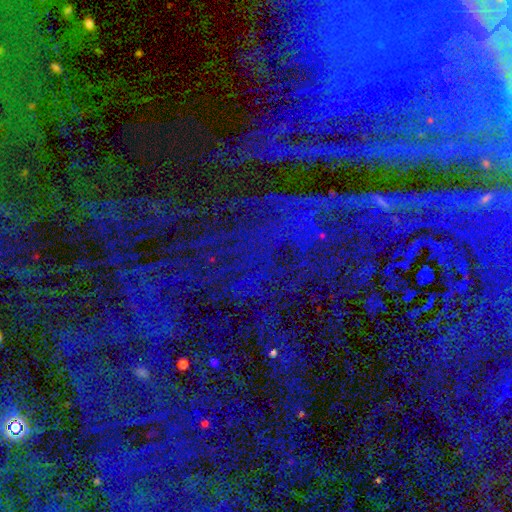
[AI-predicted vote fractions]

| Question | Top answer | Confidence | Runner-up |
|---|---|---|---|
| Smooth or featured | star or artifact | 80% | smooth (11%) |